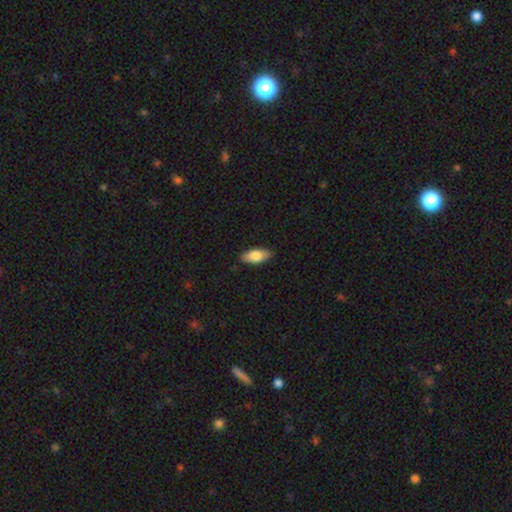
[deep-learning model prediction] Smooth or featured: smooth — 79% (featured or disk — 15%)
How rounded: in between — 87% (cigar-shaped — 10%)
Merging: none — 88% (minor disturbance — 9%)